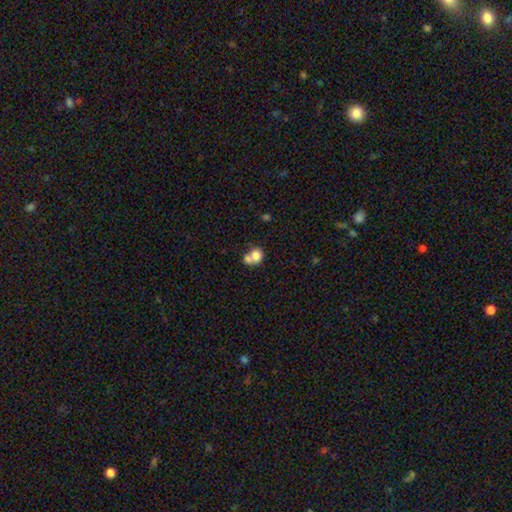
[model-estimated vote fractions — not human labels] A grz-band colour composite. It shows a smooth galaxy with no disk features (77%) that is round (73%). Merging: merger (57%).